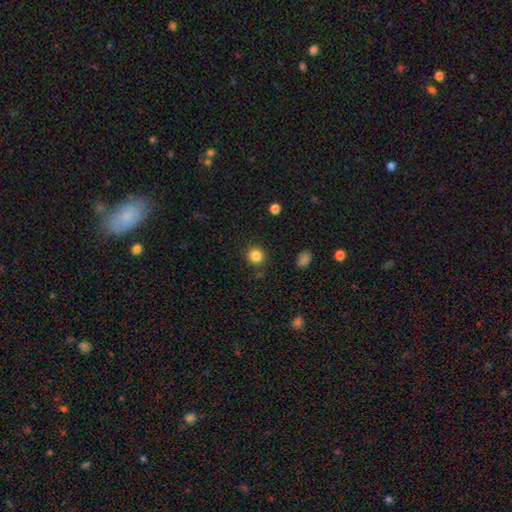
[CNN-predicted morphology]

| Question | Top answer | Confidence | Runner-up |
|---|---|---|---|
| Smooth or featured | smooth | 84% | star or artifact (11%) |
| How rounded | round | 89% | in between (10%) |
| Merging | none | 87% | minor disturbance (8%) |